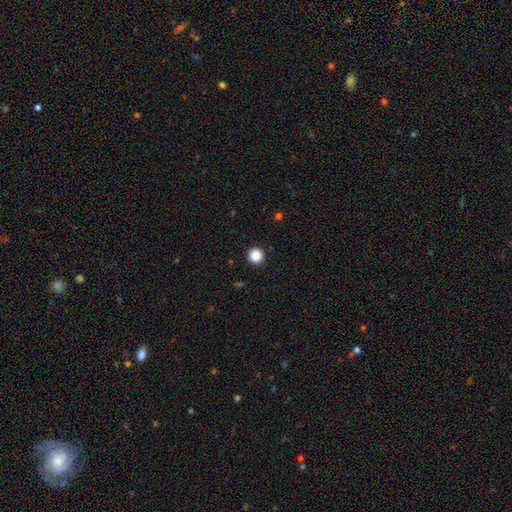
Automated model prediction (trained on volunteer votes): This appears to be a smooth galaxy with no disk features (86%) that is round (96%). Merging: none (93%).